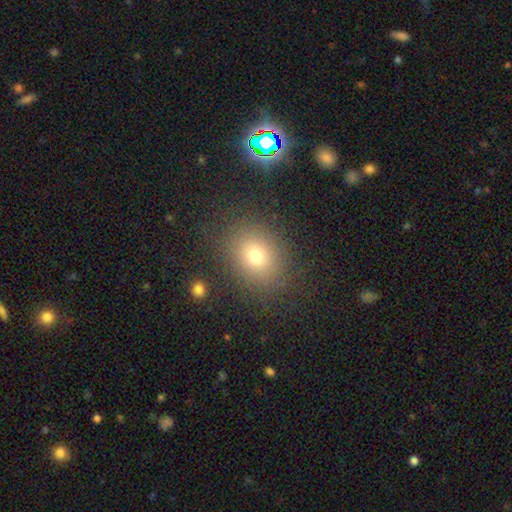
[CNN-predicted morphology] This is likely a smooth galaxy (73%). How rounded: possibly round (52%). Merging: clearly none (85%).